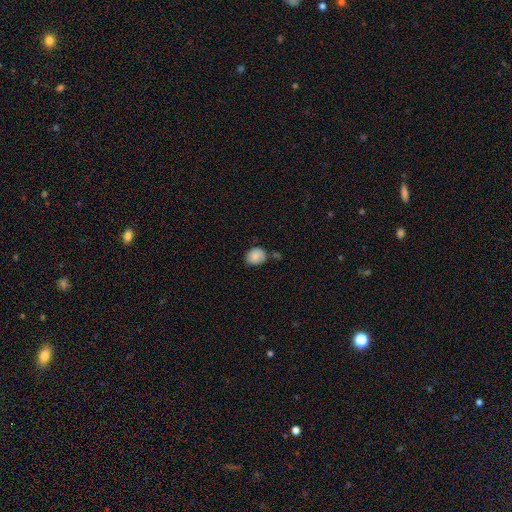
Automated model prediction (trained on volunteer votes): smooth-or-featured: smooth: 87% | star or artifact: 8% | featured or disk: 5%
  how-rounded: round: 60% | in between: 39% | cigar-shaped: 1%
  merging: none: 66% | minor disturbance: 23% | merger: 7% | major disturbance: 4%